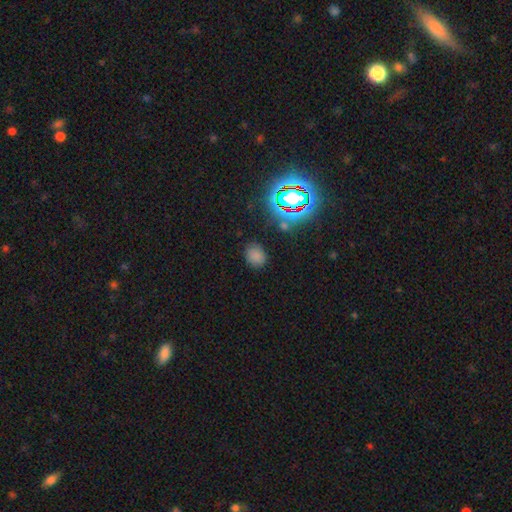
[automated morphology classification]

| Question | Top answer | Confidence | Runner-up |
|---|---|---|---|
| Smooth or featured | smooth | 71% | star or artifact (22%) |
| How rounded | round | 50% | in between (49%) |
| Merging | none | 82% | minor disturbance (12%) |